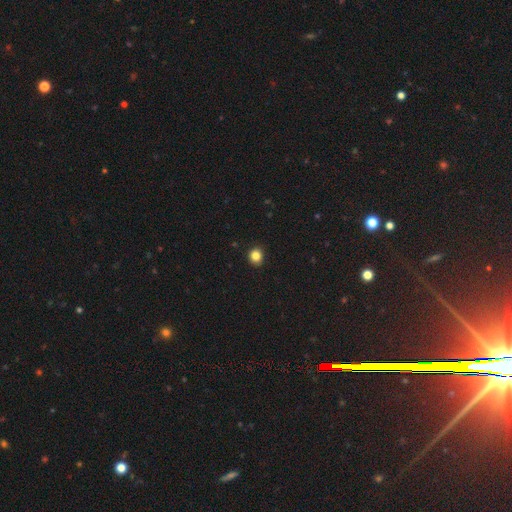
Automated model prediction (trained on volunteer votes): Smooth or featured?
  - smooth: 84% *
  - star or artifact: 11%
  - featured or disk: 5%
How rounded?
  - round: 83% *
  - in between: 16%
  - cigar-shaped: 1%
Merging?
  - none: 91% *
  - minor disturbance: 6%
  - major disturbance: 2%
  - merger: 1%